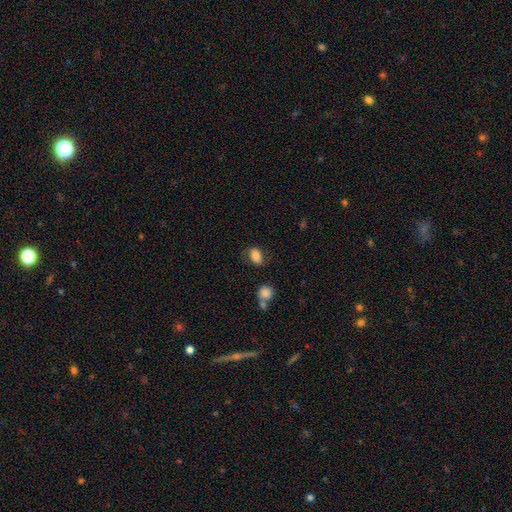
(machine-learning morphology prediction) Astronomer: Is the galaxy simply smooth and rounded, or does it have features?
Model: smooth — 79%.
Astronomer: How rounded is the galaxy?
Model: in between — 79%.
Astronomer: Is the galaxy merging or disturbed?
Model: none — 68%.